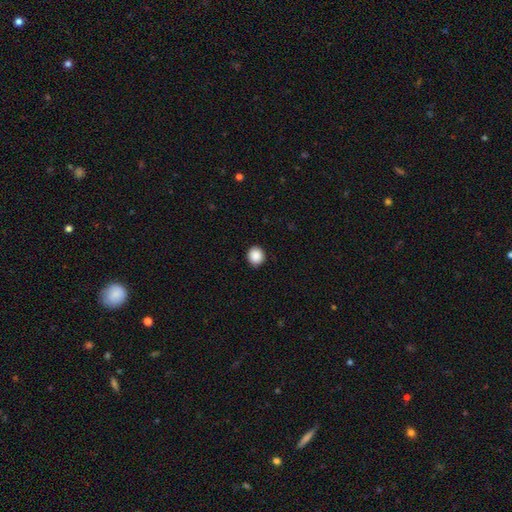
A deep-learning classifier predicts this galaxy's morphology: Overall: smooth (89%). How rounded: round (89%). Merging: none (91%).